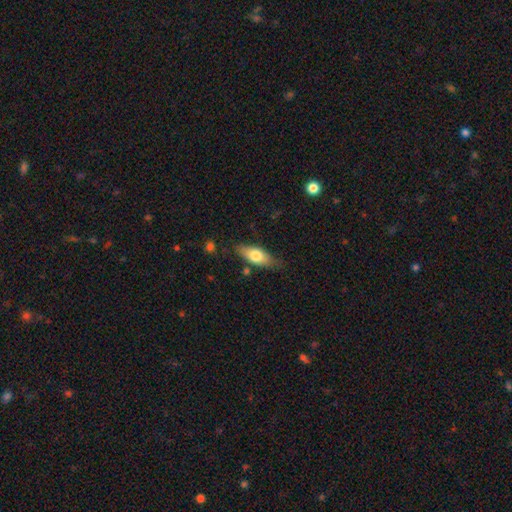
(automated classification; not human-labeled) This is likely a smooth galaxy (71%). How rounded: likely in between (78%). Merging: likely none (75%).